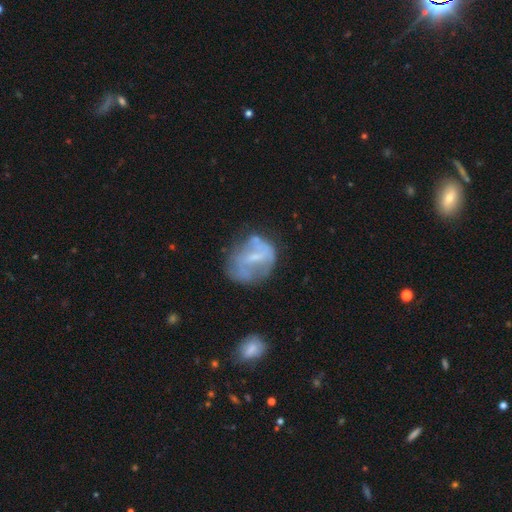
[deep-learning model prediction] smooth-or-featured: featured or disk: 59% | smooth: 31% | star or artifact: 9%
  disk-edge-on: no: 97% | yes: 3%
    bar: weak: 46% | no: 33% | strong: 21%
    has-spiral-arms: no: 58% | yes: 42%
    bulge-size: small: 54% | none: 24% | moderate: 20% | large: 1% | dominant: 1%
  merging: none: 46% | minor disturbance: 27% | major disturbance: 22% | merger: 6%